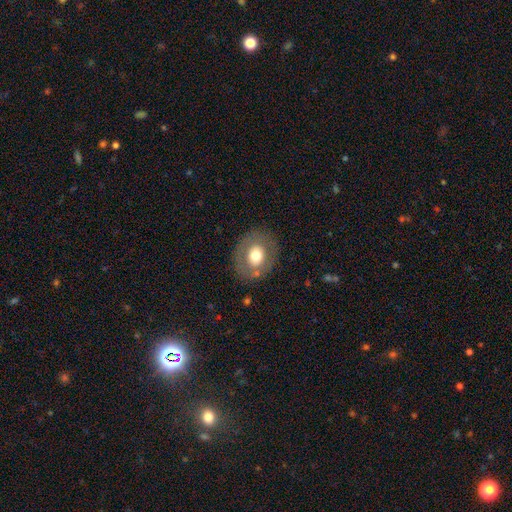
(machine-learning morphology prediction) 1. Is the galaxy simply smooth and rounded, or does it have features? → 61% smooth, 31% featured or disk, 8% star or artifact.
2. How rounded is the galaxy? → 59% round, 40% in between, 1% cigar-shaped.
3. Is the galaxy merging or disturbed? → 82% none, 11% minor disturbance, 5% major disturbance, 2% merger.